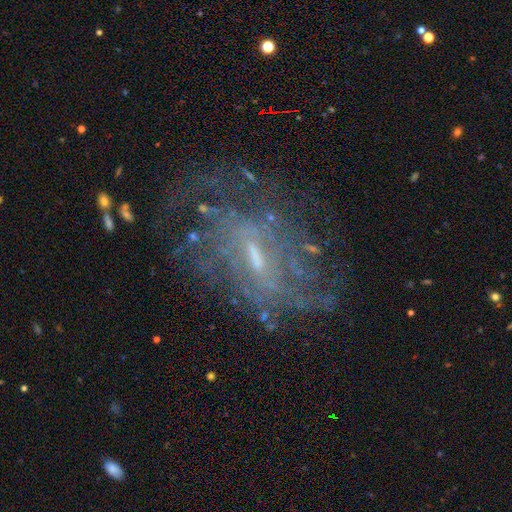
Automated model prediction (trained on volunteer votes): Overall: featured or disk (78%). Edge-on disk: no (95%). Bar: weak (54%; no 29%). Spiral arms: yes (76%). Spiral arm count: can't tell (59%). Spiral winding: tight (46%; medium 34%). Bulge size: small (54%; moderate 33%). Merging: none (62%).